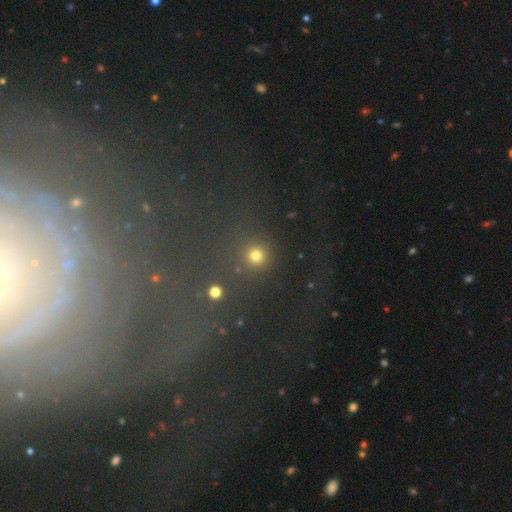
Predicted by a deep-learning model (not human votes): Smooth or featured?
  - smooth: 71% *
  - star or artifact: 24%
  - featured or disk: 5%
How rounded?
  - round: 93% *
  - in between: 6%
  - cigar-shaped: 1%
Merging?
  - none: 84% *
  - minor disturbance: 7%
  - merger: 5%
  - major disturbance: 4%